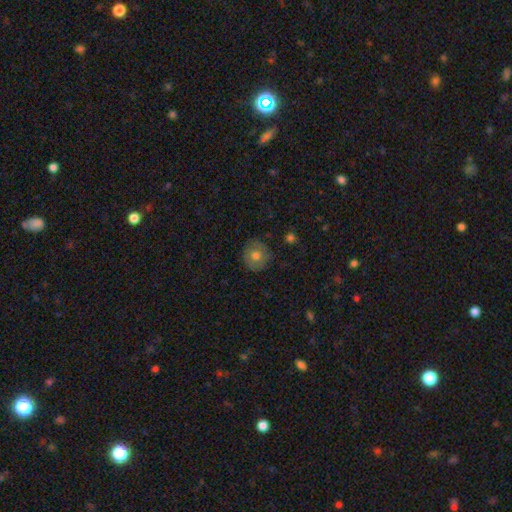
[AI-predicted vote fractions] Smooth or featured? Predicted: smooth (p=0.70). How rounded? Predicted: round (p=0.89). Merging? Predicted: none (p=0.86).